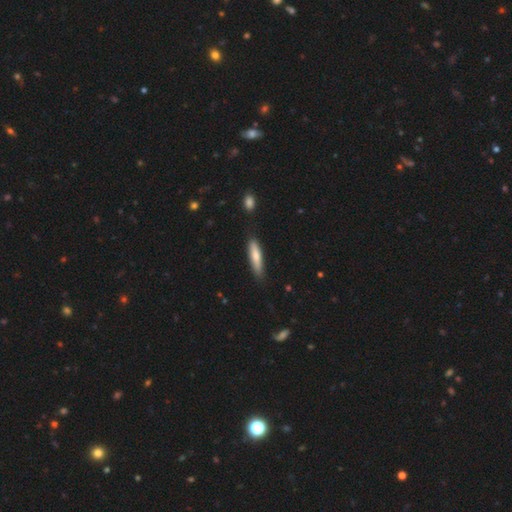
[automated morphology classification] A smooth galaxy with no disk features (72%) that is cigar-shaped (80%). Merging: none (82%).